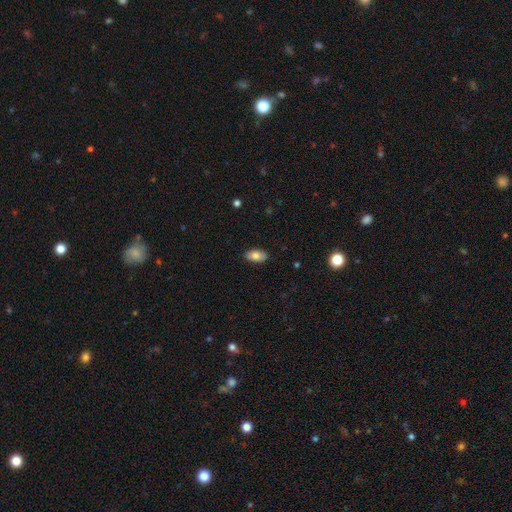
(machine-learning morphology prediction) Smooth or featured: smooth — 79% (featured or disk — 14%)
How rounded: in between — 94% (round — 4%)
Merging: none — 87% (minor disturbance — 10%)